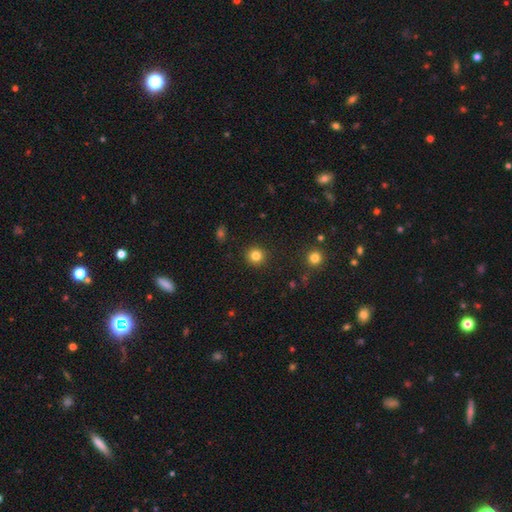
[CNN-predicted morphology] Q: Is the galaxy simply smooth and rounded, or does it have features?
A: smooth — 82%.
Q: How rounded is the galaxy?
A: round — 94%.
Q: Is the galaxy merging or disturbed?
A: none — 92%.